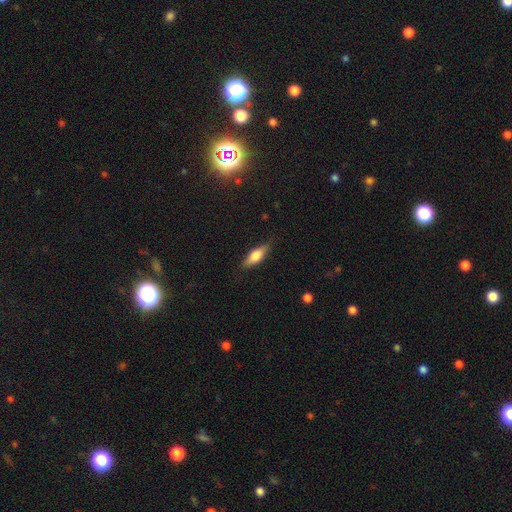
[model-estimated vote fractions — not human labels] A smooth galaxy with no disk features (58%) that is in between round and cigar-shaped (59%). Merging: none (83%).